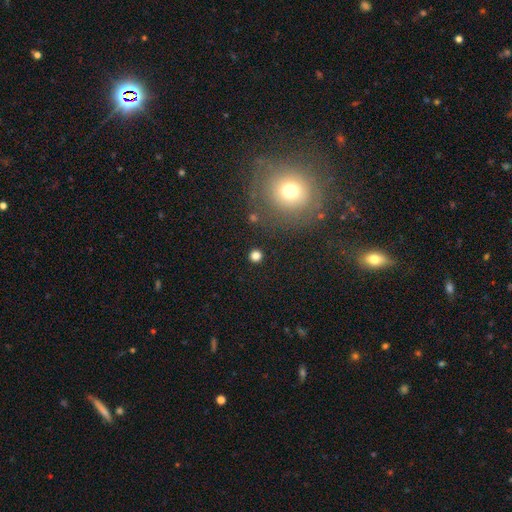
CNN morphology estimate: The model was most divided on "smooth or featured": smooth: 79%, star or artifact: 16%, featured or disk: 5%. More confident: how rounded — round (91%); merging — none (90%).